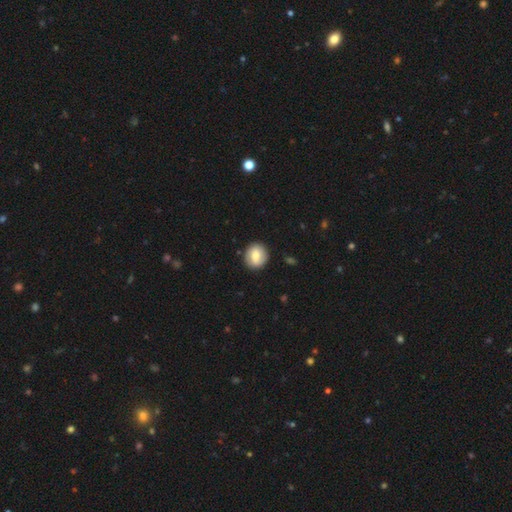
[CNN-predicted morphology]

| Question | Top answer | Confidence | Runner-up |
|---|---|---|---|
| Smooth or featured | smooth | 64% | featured or disk (30%) |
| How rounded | round | 77% | in between (22%) |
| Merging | none | 86% | minor disturbance (10%) |